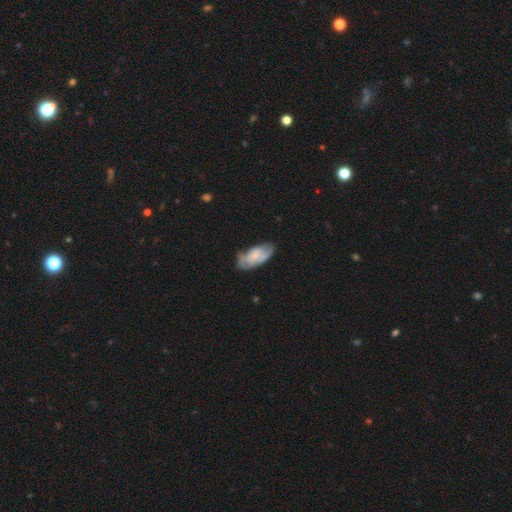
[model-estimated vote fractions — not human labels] smooth 49%, featured or disk 45%, star or artifact 7%. Down the decision tree: merging — none (56%).